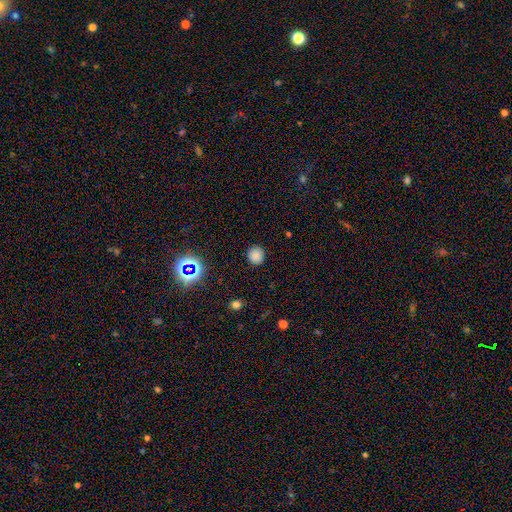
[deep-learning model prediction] Smooth or featured: smooth — 78% (star or artifact — 17%)
How rounded: round — 88% (in between — 11%)
Merging: none — 89% (minor disturbance — 8%)